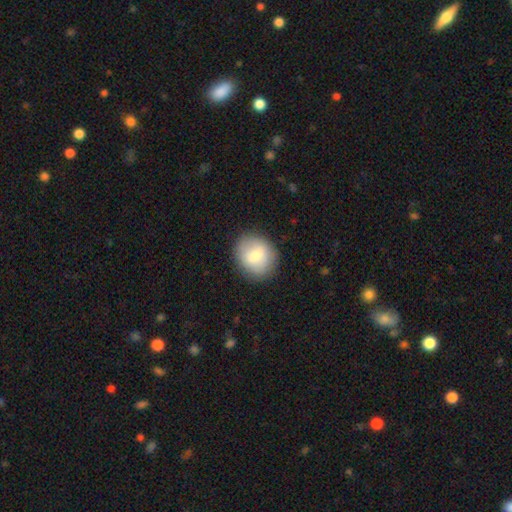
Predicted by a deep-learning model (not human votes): A smooth galaxy with no disk features (77%) that is round (74%).

Vote fractions:
- Smooth or featured? smooth: 77% / featured or disk: 15% / star or artifact: 7%
- How rounded? round: 74% / in between: 25% / cigar-shaped: 1%
- Merging? none: 85% / minor disturbance: 10% / major disturbance: 3% / merger: 1%